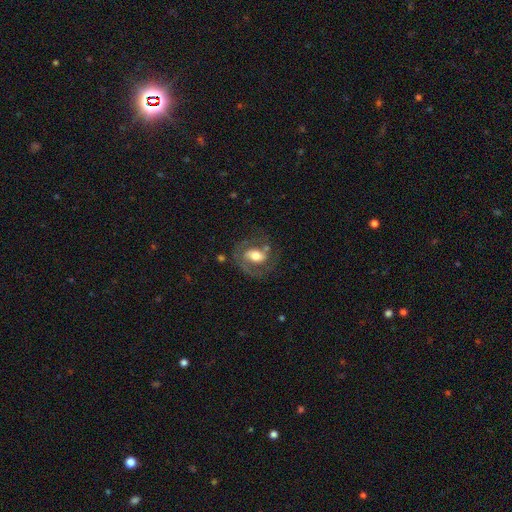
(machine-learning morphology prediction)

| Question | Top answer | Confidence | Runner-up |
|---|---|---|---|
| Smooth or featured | featured or disk | 70% | smooth (24%) |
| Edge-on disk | no | 96% | yes (4%) |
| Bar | no | 37% | tied: weak (37%) |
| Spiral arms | yes | 78% | no (22%) |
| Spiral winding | medium | 47% | tight (37%) |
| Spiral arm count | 2 | 71% | 1 (13%) |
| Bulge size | moderate | 59% | large (25%) |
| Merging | none | 62% | minor disturbance (19%) |